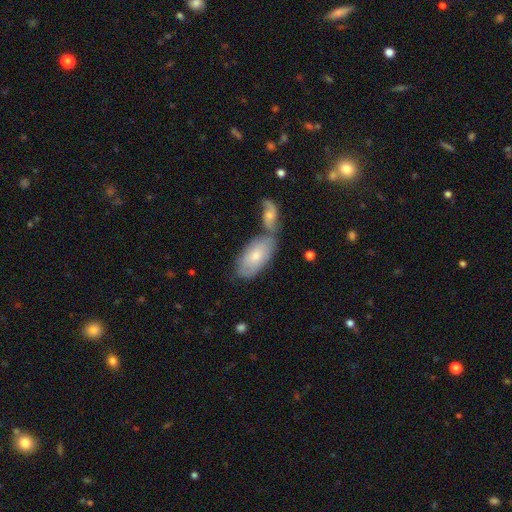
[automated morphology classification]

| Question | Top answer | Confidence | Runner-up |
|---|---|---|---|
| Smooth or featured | smooth | 61% | featured or disk (33%) |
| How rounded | in between | 93% | cigar-shaped (4%) |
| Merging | none | 44% | merger (37%) |